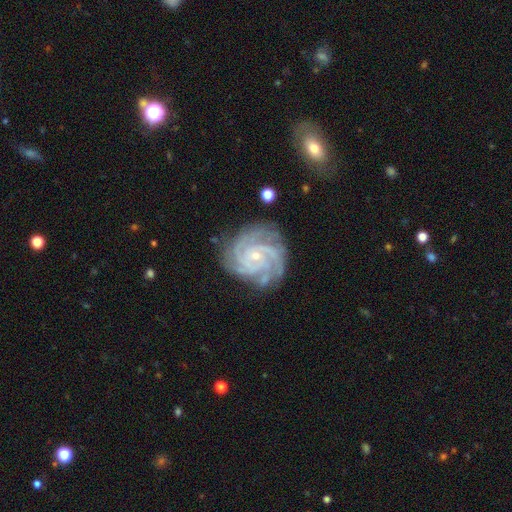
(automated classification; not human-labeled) This appears to be a featured or disk galaxy (91%) with no bar (71%), 4 (34%) tight (75%) spiral arms (98%) and a small central bulge (81%). Merging: none (76%).